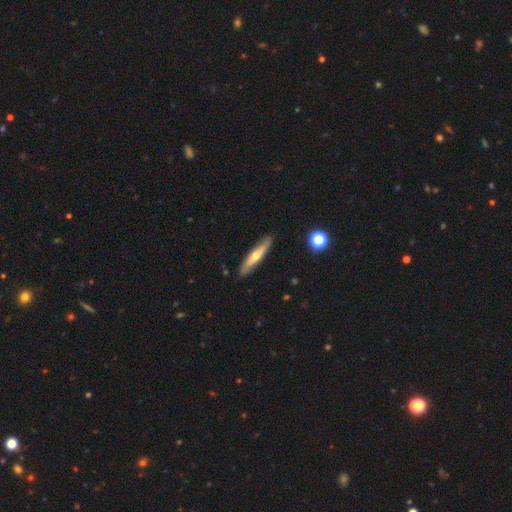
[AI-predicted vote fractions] Morphology: type=featured or disk (52%); edge-on=yes (87%); merging=none (88%).